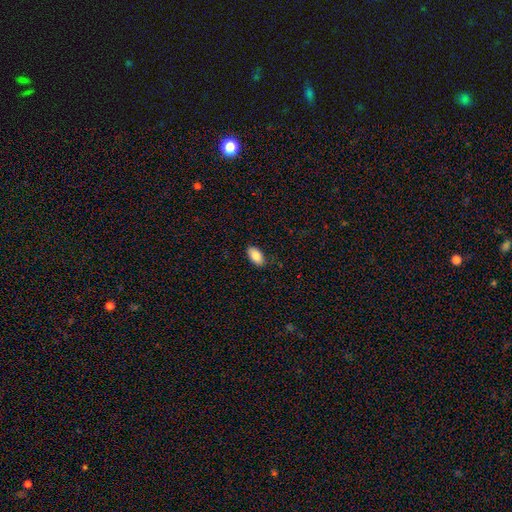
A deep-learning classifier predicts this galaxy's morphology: Q: Smooth or featured?
A: smooth (86%); runner-up: featured or disk (7%)
Q: How rounded?
A: in between (94%); runner-up: round (3%)
Q: Merging?
A: none (86%); runner-up: minor disturbance (10%)